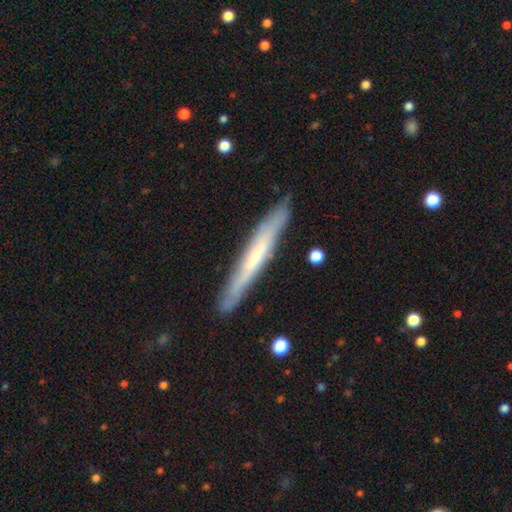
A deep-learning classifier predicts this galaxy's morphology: This is possibly a featured or disk galaxy (53%). It is clearly viewed edge-on (87%). Merging: clearly none (87%).